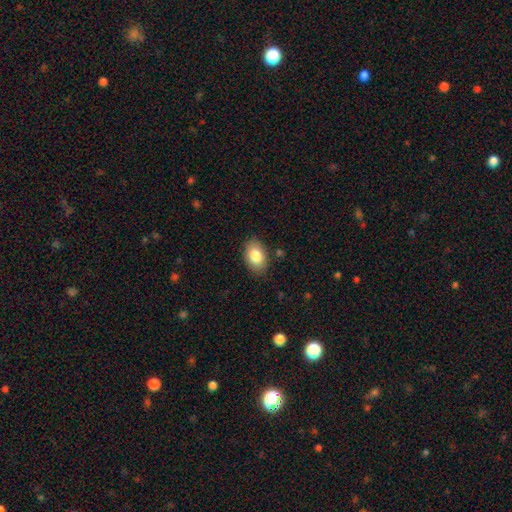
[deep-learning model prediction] Morphology: type=smooth (83%); roundness=in between (87%); merging=none (84%).